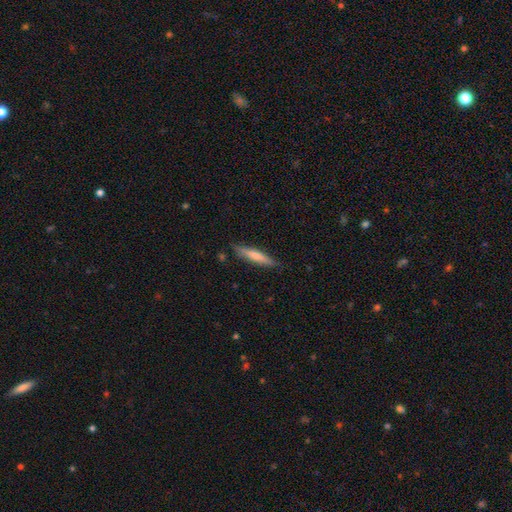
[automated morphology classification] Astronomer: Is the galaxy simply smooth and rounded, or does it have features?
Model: smooth — 63%.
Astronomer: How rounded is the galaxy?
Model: cigar-shaped — 89%.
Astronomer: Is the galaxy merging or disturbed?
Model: none — 84%.